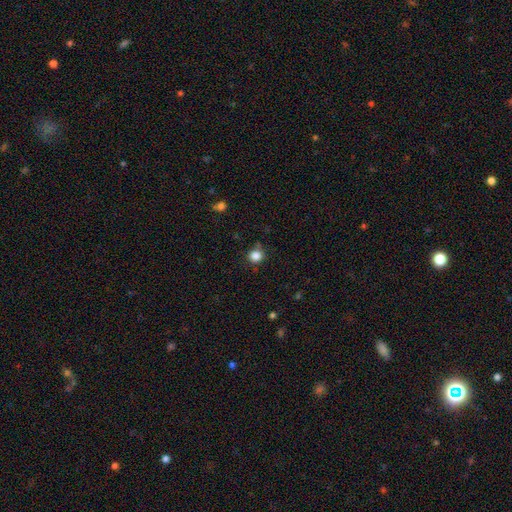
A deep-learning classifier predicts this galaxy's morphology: A smooth galaxy with no disk features (84%) that is round (90%). Merging: none (82%).